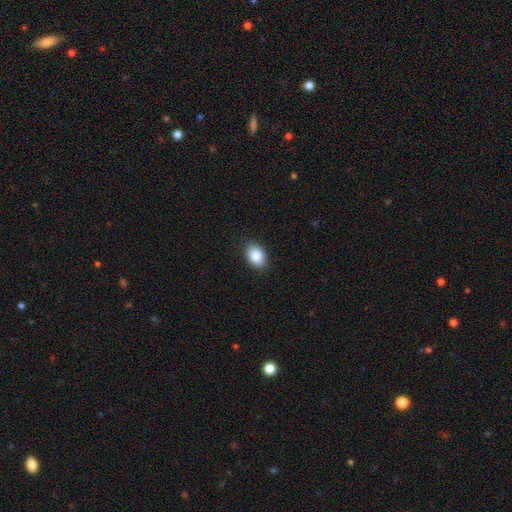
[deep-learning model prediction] smooth-or-featured: smooth: 87% | star or artifact: 7% | featured or disk: 5%
  how-rounded: in between: 87% | round: 12% | cigar-shaped: 1%
  merging: none: 88% | minor disturbance: 9% | major disturbance: 2% | merger: 1%